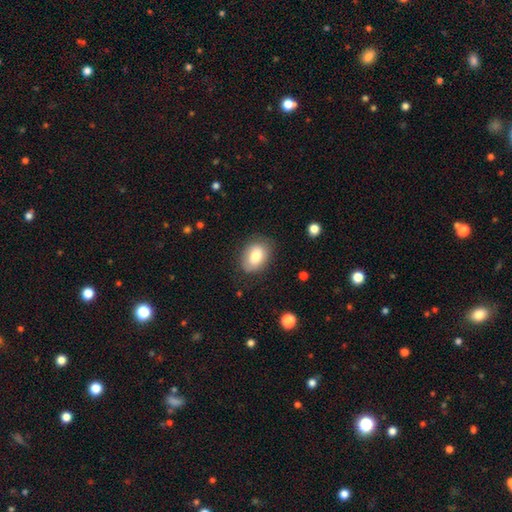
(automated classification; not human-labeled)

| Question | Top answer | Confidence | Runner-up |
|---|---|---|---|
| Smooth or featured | smooth | 76% | featured or disk (16%) |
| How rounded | in between | 76% | round (23%) |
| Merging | none | 78% | minor disturbance (16%) |